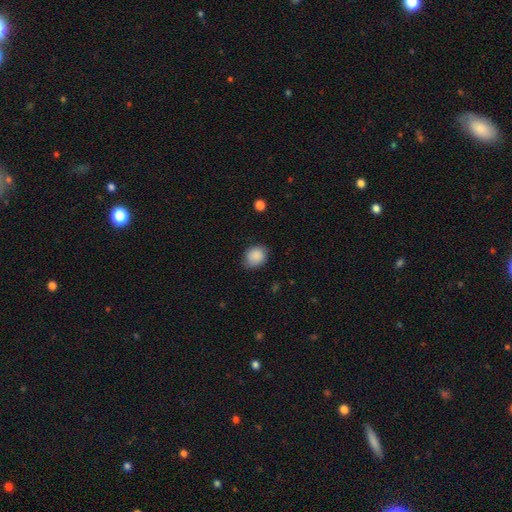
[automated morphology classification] Overall: smooth (88%). How rounded: round (59%; in between 40%). Merging: none (76%).